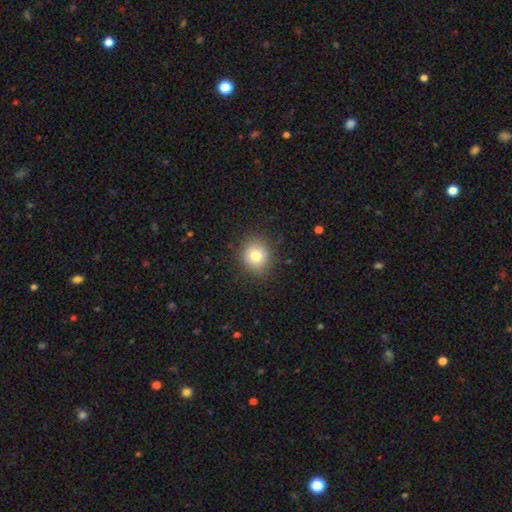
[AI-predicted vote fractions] The model was most divided on "smooth or featured": smooth: 79%, star or artifact: 11%, featured or disk: 10%. More confident: merging — none (88%); how rounded — round (84%).